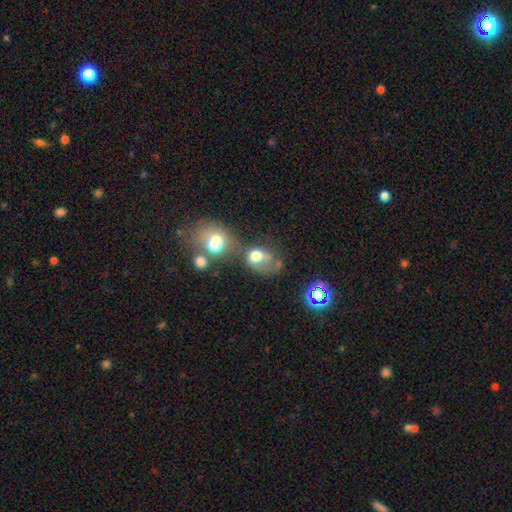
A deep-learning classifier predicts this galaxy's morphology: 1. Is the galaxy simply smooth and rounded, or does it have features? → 62% smooth, 23% featured or disk, 15% star or artifact.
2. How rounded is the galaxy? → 58% in between, 41% round, 1% cigar-shaped.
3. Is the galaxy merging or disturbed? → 45% merger, 24% major disturbance, 18% none, 13% minor disturbance.